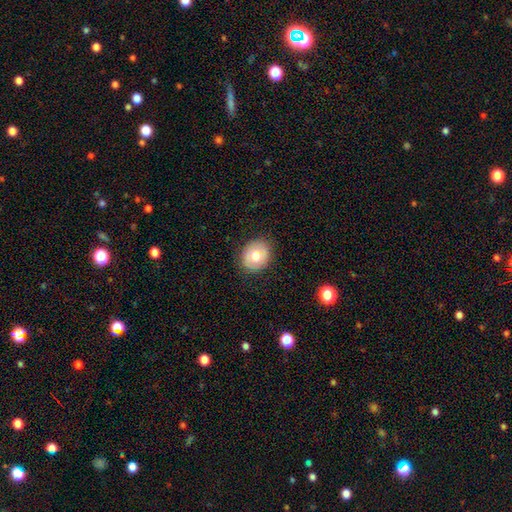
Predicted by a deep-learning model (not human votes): Morphology: type=smooth (67%); roundness=round (64%); merging=none (84%).